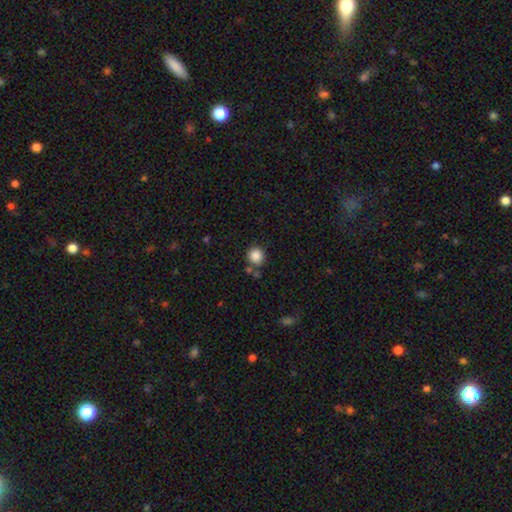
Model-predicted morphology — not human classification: smooth-or-featured: smooth: 86% | star or artifact: 10% | featured or disk: 4%
  how-rounded: round: 90% | in between: 9% | cigar-shaped: 1%
  merging: none: 76% | minor disturbance: 10% | merger: 10% | major disturbance: 4%